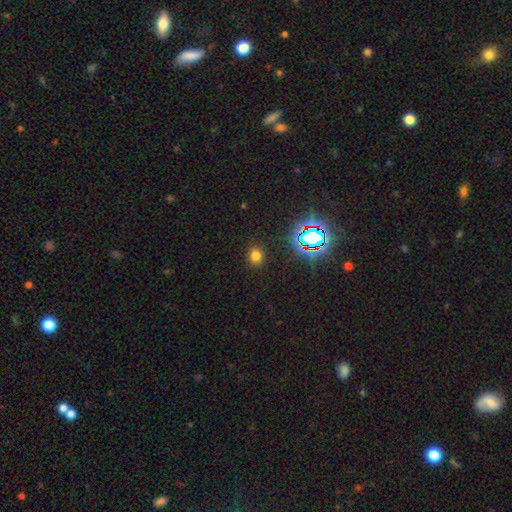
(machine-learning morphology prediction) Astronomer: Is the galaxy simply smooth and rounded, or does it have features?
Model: smooth — 71%.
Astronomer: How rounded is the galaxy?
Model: round — 72%.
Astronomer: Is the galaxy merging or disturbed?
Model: none — 89%.